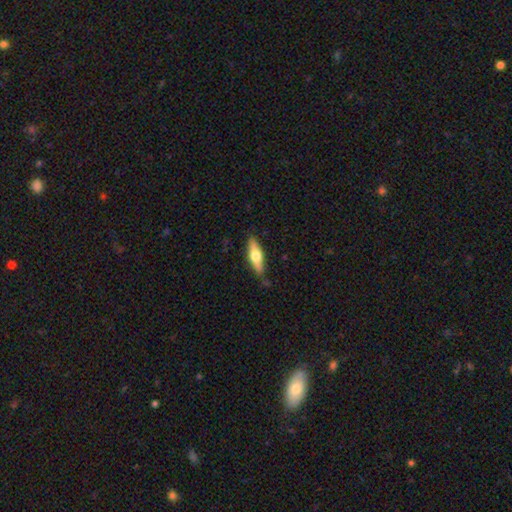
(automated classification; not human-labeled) Smooth or featured? Predicted: smooth (p=0.48). Merging? Predicted: none (p=0.83).